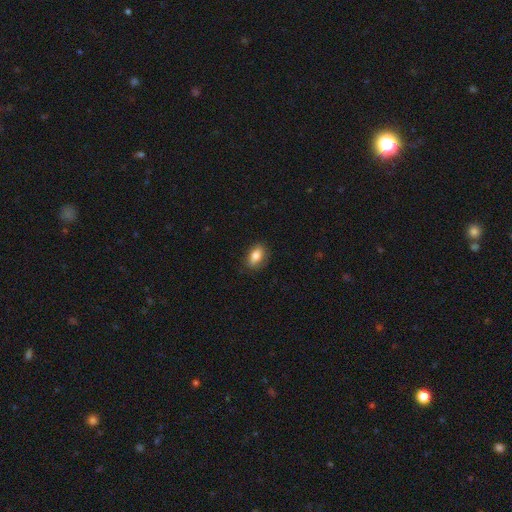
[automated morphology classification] Smooth or featured: smooth — 81% (featured or disk — 11%)
How rounded: in between — 86% (round — 10%)
Merging: none — 82% (minor disturbance — 14%)